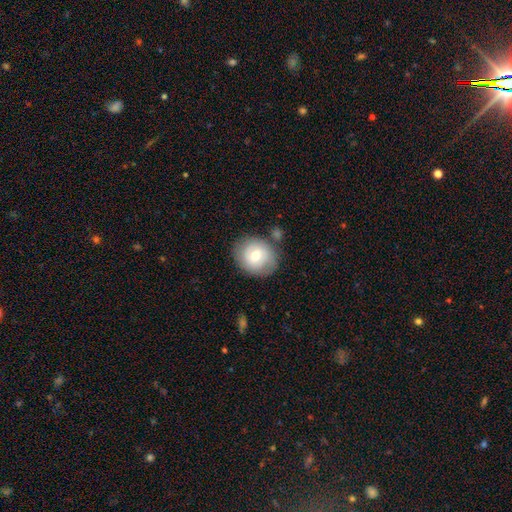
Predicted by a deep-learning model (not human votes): smooth-or-featured: smooth: 60% | featured or disk: 33% | star or artifact: 7%
  how-rounded: round: 75% | in between: 24% | cigar-shaped: 1%
  merging: none: 75% | minor disturbance: 15% | merger: 5% | major disturbance: 5%